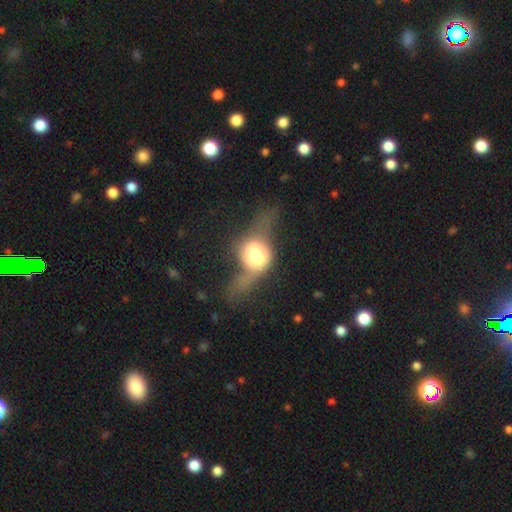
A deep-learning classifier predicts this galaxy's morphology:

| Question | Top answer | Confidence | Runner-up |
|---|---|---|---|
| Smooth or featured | featured or disk | 52% | smooth (39%) |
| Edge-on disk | yes | 57% | no (43%) |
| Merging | major disturbance | 41% | none (32%) |